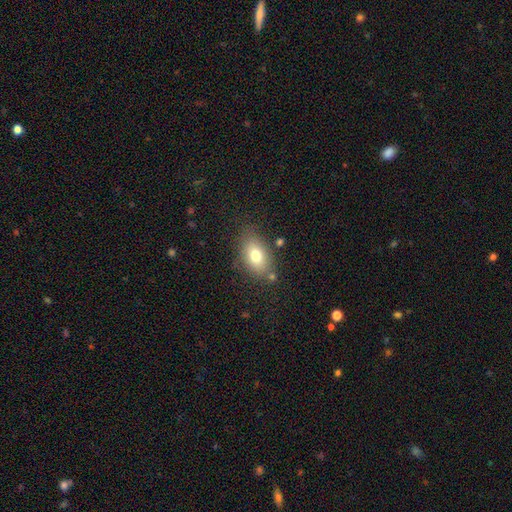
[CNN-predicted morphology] smooth-or-featured: smooth: 76% | featured or disk: 15% | star or artifact: 9%
  how-rounded: in between: 86% | round: 12% | cigar-shaped: 2%
  merging: none: 76% | minor disturbance: 15% | merger: 5% | major disturbance: 4%